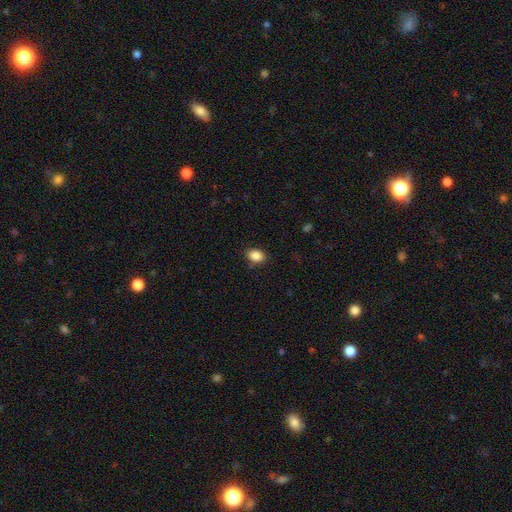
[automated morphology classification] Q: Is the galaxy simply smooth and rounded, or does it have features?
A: smooth — 87%.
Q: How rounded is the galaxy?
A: in between — 76%.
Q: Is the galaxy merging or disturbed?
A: none — 84%.